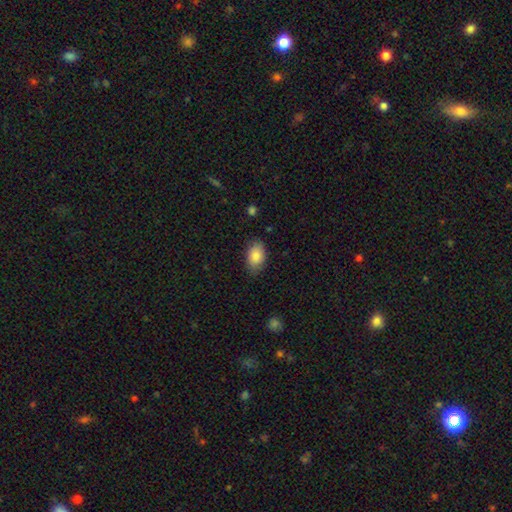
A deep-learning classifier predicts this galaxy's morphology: The model was most divided on "merging": none: 81%, minor disturbance: 15%, major disturbance: 3%, merger: 1%. More confident: how rounded — in between (90%); smooth or featured — smooth (86%).